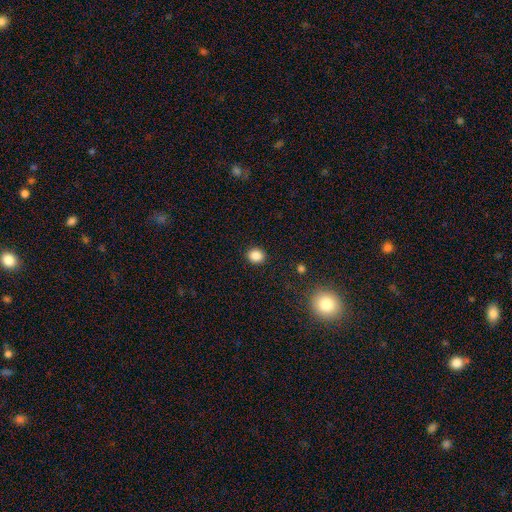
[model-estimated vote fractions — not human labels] Q: Smooth or featured?
A: smooth (86%); runner-up: star or artifact (10%)
Q: How rounded?
A: round (79%); runner-up: in between (20%)
Q: Merging?
A: none (91%); runner-up: minor disturbance (6%)